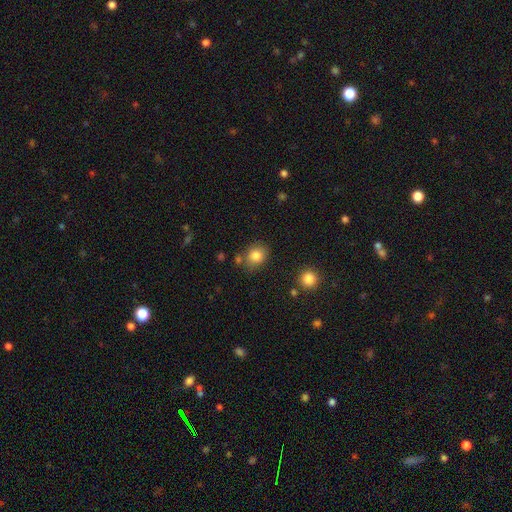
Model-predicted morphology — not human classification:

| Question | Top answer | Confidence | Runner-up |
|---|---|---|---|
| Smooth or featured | smooth | 83% | star or artifact (10%) |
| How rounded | round | 61% | in between (38%) |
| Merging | none | 75% | minor disturbance (14%) |